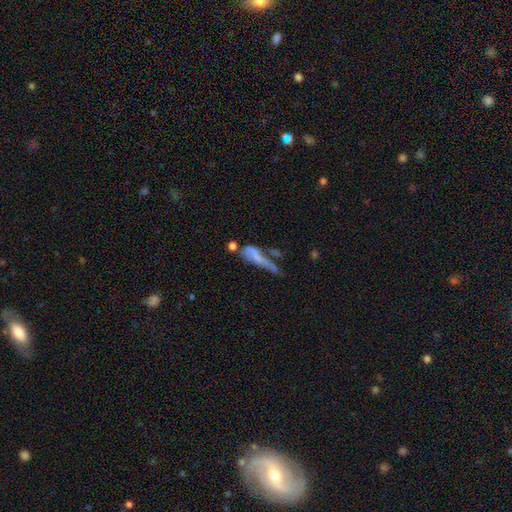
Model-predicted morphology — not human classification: A smooth galaxy with no disk features (49%). Merging: major disturbance (32%).